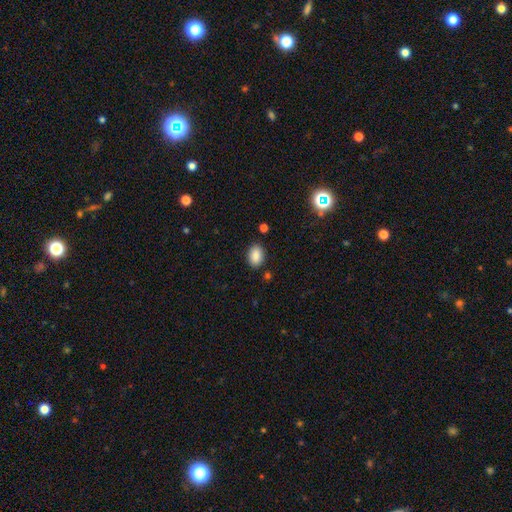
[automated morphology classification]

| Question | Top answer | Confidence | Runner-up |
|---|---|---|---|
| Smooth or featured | smooth | 87% | star or artifact (8%) |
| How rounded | in between | 84% | round (15%) |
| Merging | none | 86% | minor disturbance (9%) |